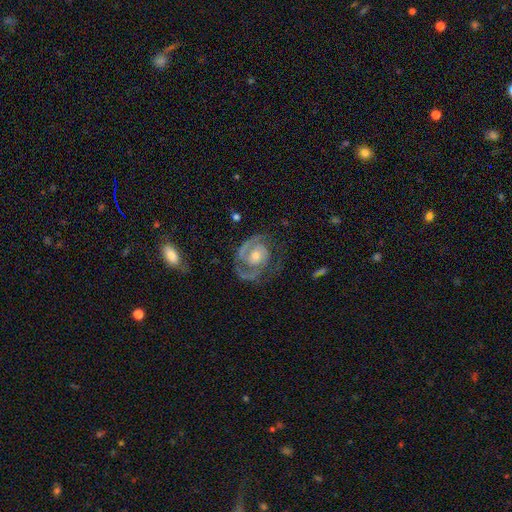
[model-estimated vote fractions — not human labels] featured or disk 87%, smooth 8%, star or artifact 5%. Down the decision tree: edge-on disk — no (98%); bar — no (69%); spiral arms — yes (94%); spiral arm count — 2 (66%); spiral winding — tight (52%); bulge size — moderate (59%); merging — none (64%).